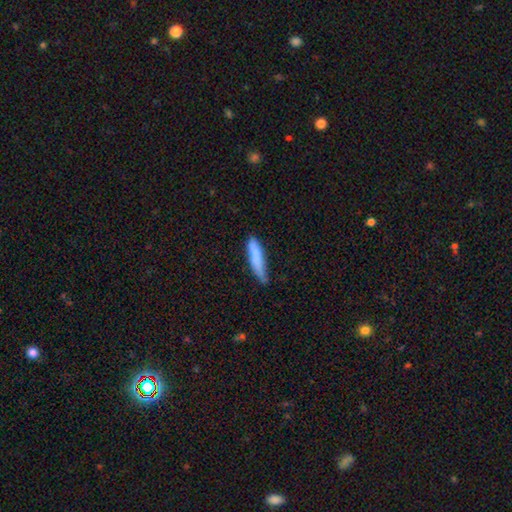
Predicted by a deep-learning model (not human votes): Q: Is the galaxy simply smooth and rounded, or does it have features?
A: smooth — 80%.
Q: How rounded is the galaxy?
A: cigar-shaped — 82%.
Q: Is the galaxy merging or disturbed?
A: none — 55%.